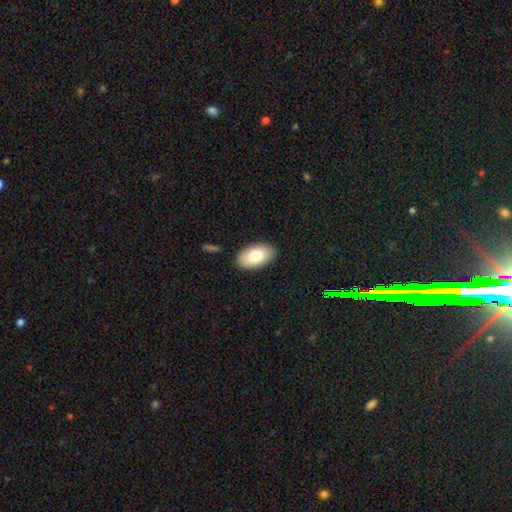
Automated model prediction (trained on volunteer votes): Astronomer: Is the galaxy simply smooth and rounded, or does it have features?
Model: smooth — 80%.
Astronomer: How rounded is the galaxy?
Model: in between — 95%.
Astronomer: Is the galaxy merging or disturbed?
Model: none — 89%.